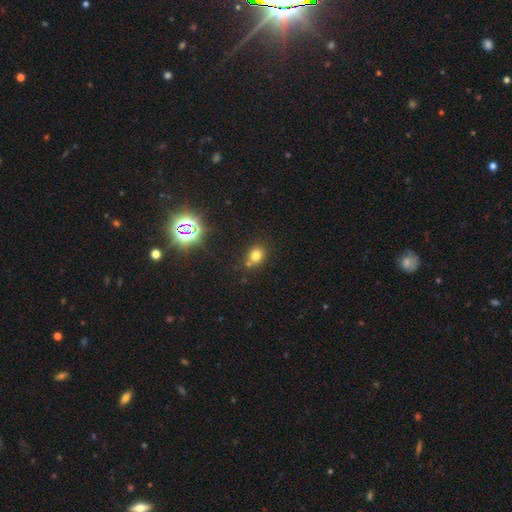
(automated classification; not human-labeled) Smooth or featured: smooth — 73% (star or artifact — 18%)
How rounded: round — 61% (in between — 38%)
Merging: none — 68% (merger — 14%)